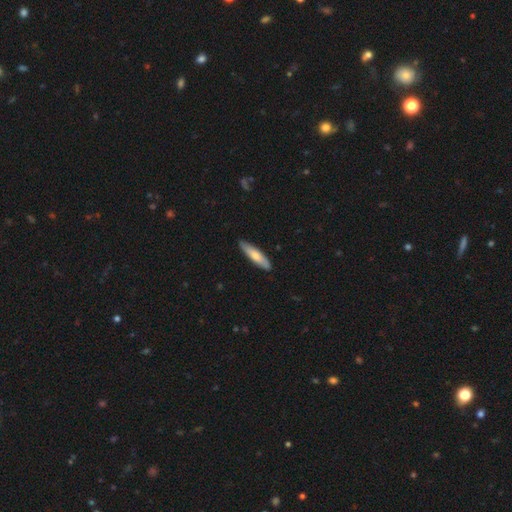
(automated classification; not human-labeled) smooth_or_featured: smooth (p=0.70) [alt: featured or disk p=0.25]
how_rounded: cigar-shaped (p=0.76) [alt: in between p=0.22]
merging: none (p=0.87) [alt: minor disturbance p=0.10]